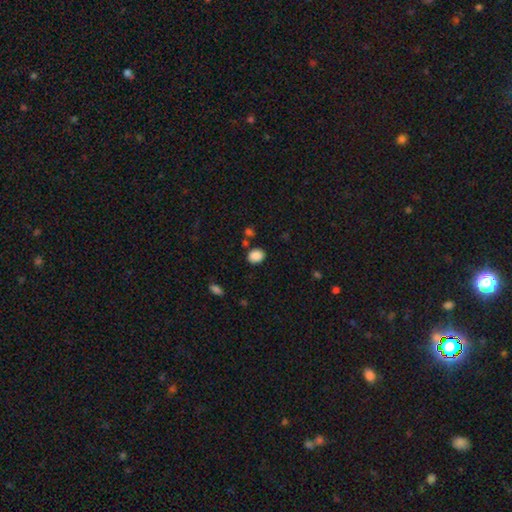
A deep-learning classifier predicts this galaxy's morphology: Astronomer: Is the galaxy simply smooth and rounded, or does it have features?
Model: smooth — 87%.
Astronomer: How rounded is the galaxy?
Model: in between — 50% (runner-up: round, 49%).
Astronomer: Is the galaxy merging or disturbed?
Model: none — 80%.